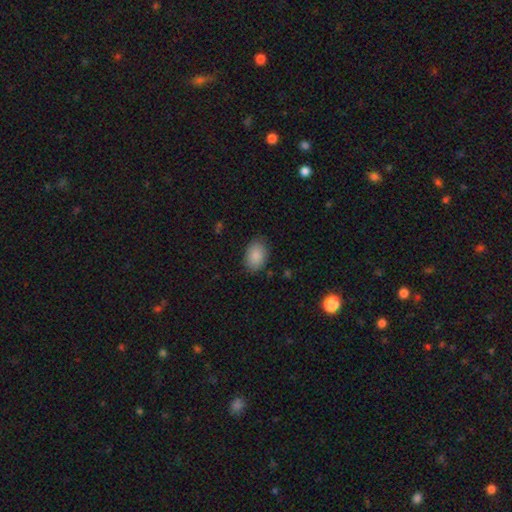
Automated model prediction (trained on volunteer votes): Q: Smooth or featured?
A: smooth (87%); runner-up: star or artifact (7%)
Q: How rounded?
A: in between (84%); runner-up: round (15%)
Q: Merging?
A: none (83%); runner-up: minor disturbance (13%)